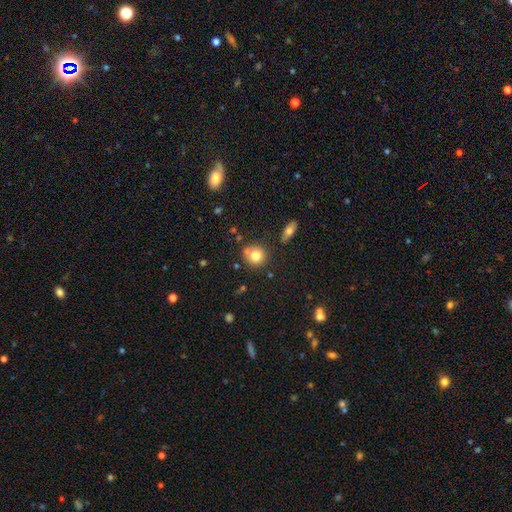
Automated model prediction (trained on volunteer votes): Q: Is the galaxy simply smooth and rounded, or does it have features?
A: smooth — 78%.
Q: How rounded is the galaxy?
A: round — 86%.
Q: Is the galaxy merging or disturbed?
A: none — 70%.